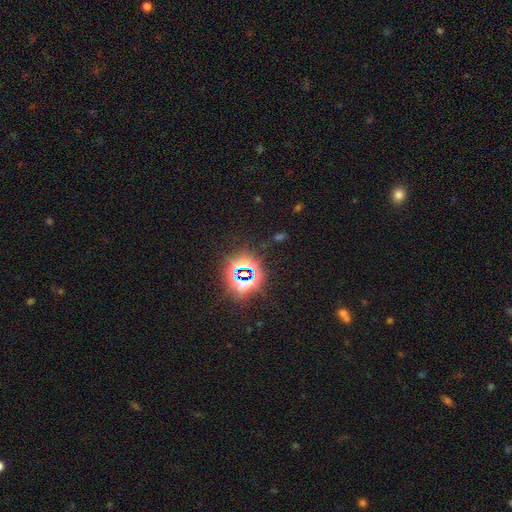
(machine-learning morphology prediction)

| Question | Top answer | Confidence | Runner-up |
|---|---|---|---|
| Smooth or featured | star or artifact | 78% | smooth (14%) |